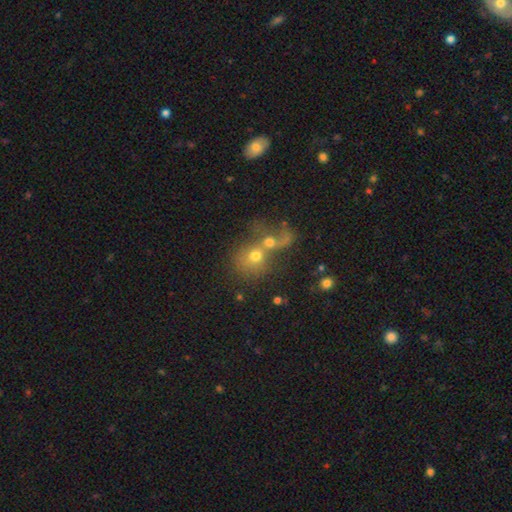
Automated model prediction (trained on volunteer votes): Morphology: type=smooth (60%); roundness=round (73%); merging=merger (71%).